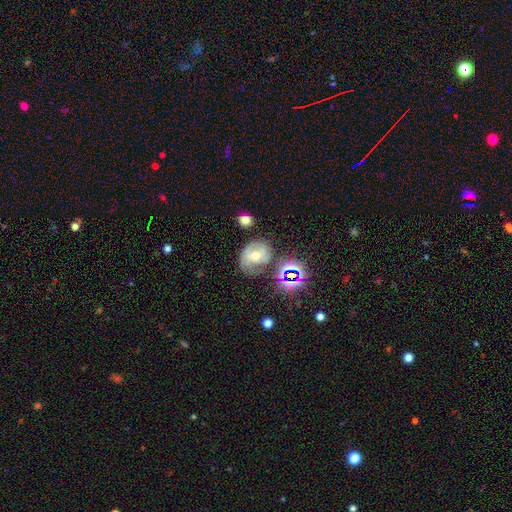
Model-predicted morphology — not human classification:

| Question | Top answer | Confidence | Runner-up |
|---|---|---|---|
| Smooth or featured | featured or disk | 52% | smooth (26%) |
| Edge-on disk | no | 95% | yes (5%) |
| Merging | none | 54% | minor disturbance (24%) |